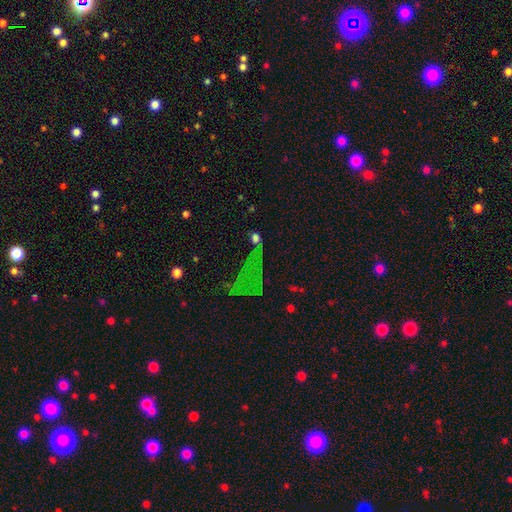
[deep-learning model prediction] This appears to be a star or artifact, not a galaxy (52%).